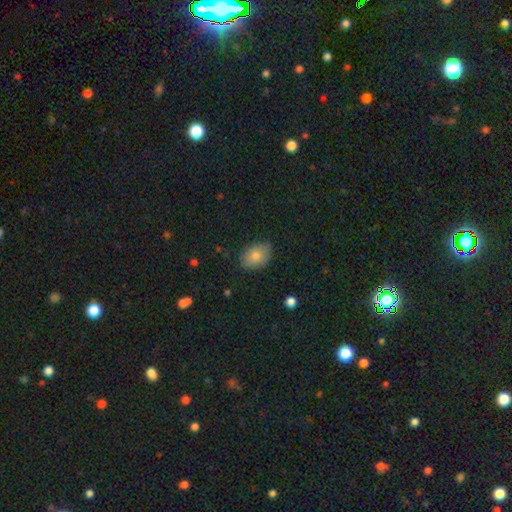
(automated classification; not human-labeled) smooth 79%, featured or disk 11%, star or artifact 10%. Down the decision tree: how rounded — in between (79%); merging — none (84%).